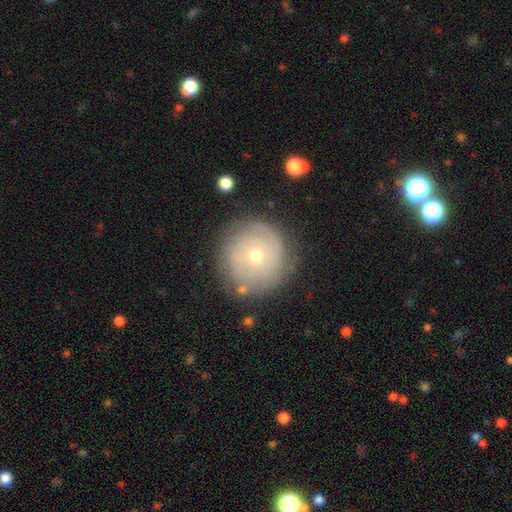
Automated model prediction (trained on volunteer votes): Q: Smooth or featured?
A: featured or disk (59%); runner-up: smooth (32%)
Q: Edge-on disk?
A: no (97%); runner-up: yes (3%)
Q: Bar?
A: no (82%); runner-up: weak (15%)
Q: Spiral arms?
A: yes (73%); runner-up: no (27%)
Q: Bulge size?
A: moderate (49%); runner-up: small (47%)
Q: Merging?
A: none (77%); runner-up: minor disturbance (15%)